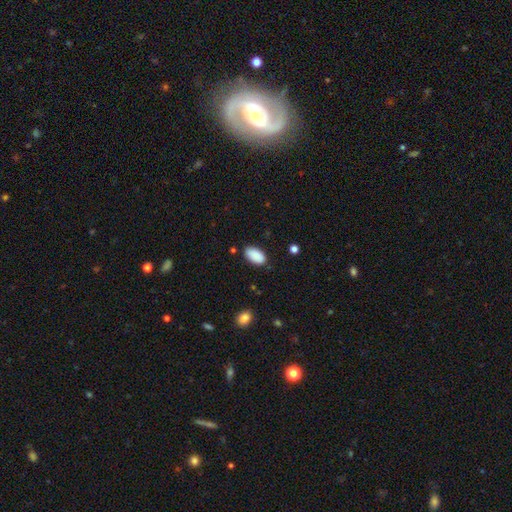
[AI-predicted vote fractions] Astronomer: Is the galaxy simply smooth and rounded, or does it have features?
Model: smooth — 90%.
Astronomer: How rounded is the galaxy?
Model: in between — 95%.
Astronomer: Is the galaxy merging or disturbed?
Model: none — 84%.